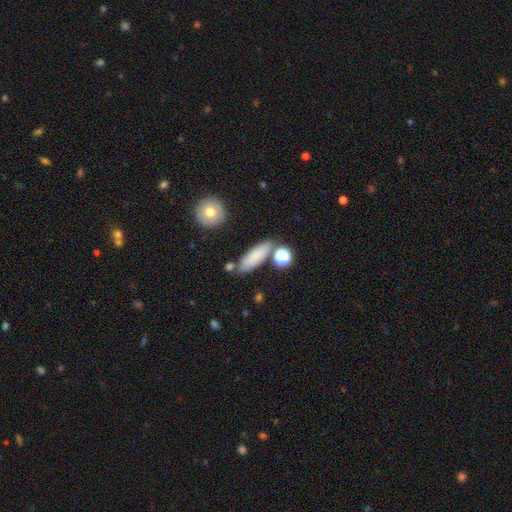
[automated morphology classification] type=smooth (77%); roundness=cigar-shaped (49%); merging=none (74%).